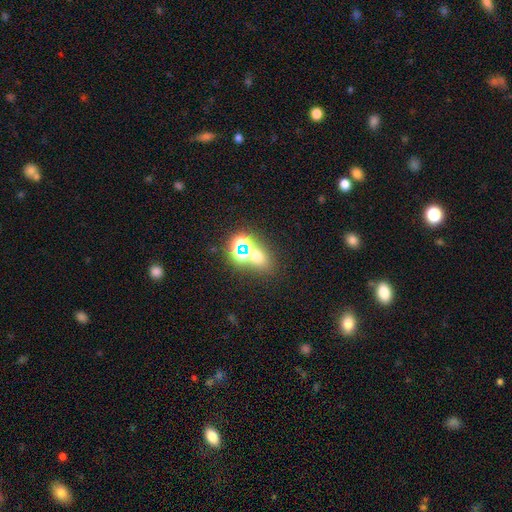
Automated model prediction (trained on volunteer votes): Smooth or featured? Predicted: smooth (p=0.48). Merging? Predicted: none (p=0.58).